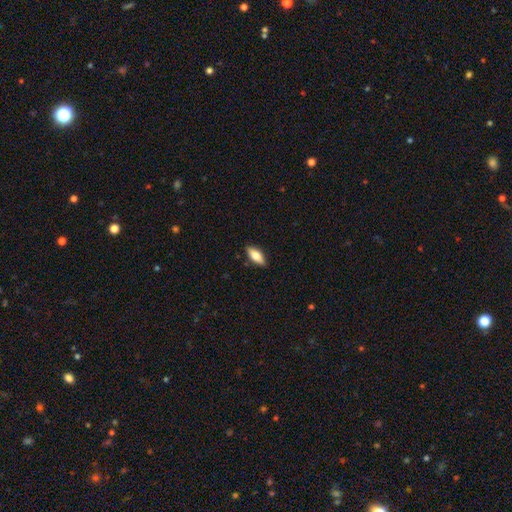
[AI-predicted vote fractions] This appears to be a smooth galaxy with no disk features (70%) that is in between round and cigar-shaped (77%). Merging: none (87%).